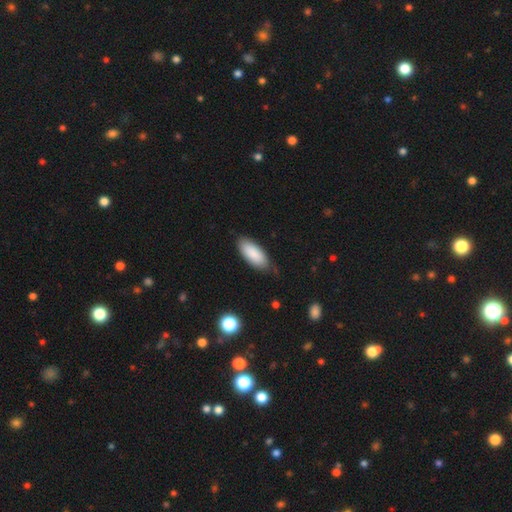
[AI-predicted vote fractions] Q: Smooth or featured?
A: smooth (87%); runner-up: featured or disk (7%)
Q: How rounded?
A: in between (85%); runner-up: cigar-shaped (14%)
Q: Merging?
A: none (76%); runner-up: minor disturbance (19%)